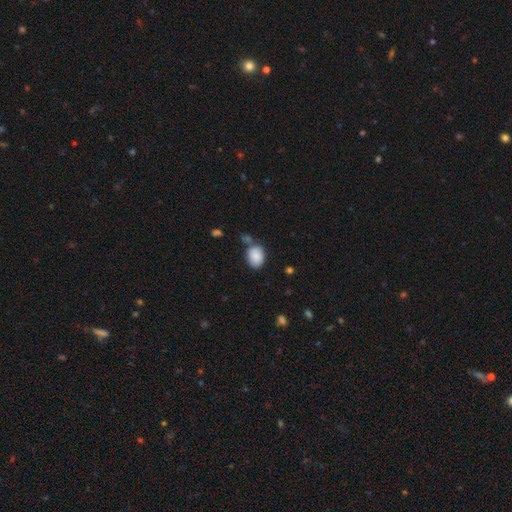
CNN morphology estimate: Overall: smooth (87%). How rounded: in between (69%; round 30%). Merging: none (64%).